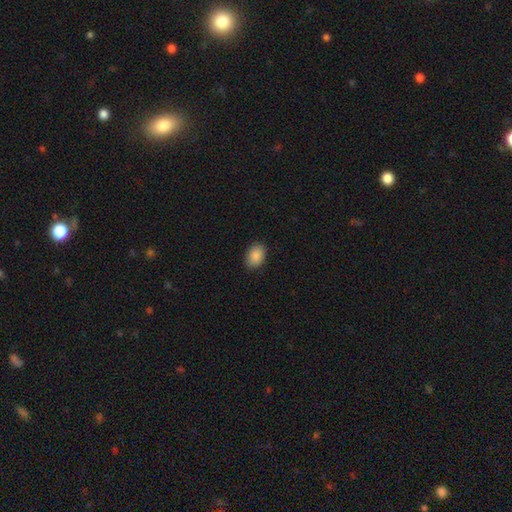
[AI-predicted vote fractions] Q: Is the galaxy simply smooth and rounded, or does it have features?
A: smooth — 89%.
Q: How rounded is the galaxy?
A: in between — 80%.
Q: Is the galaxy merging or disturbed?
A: none — 88%.